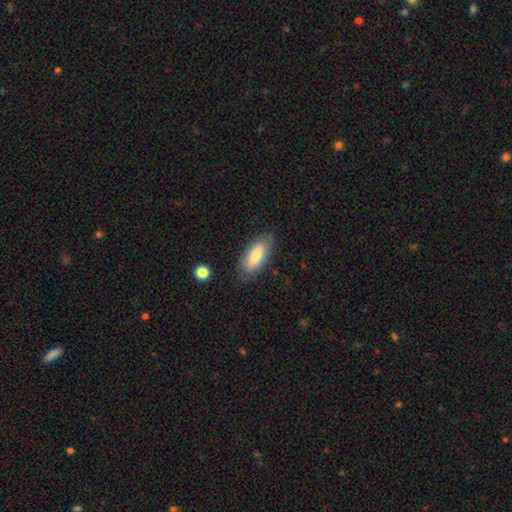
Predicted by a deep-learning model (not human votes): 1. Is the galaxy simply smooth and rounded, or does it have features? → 75% smooth, 18% featured or disk, 7% star or artifact.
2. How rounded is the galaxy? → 77% in between, 21% cigar-shaped, 2% round.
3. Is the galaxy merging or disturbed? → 81% none, 14% minor disturbance, 3% major disturbance, 2% merger.